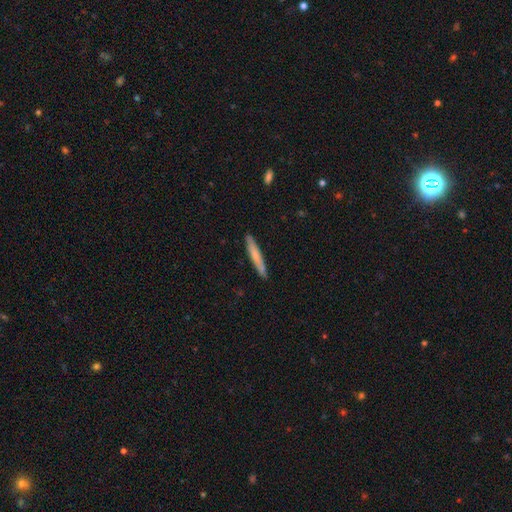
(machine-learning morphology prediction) This appears to be a smooth galaxy with no disk features (62%) that is cigar-shaped (95%). Merging: none (89%).